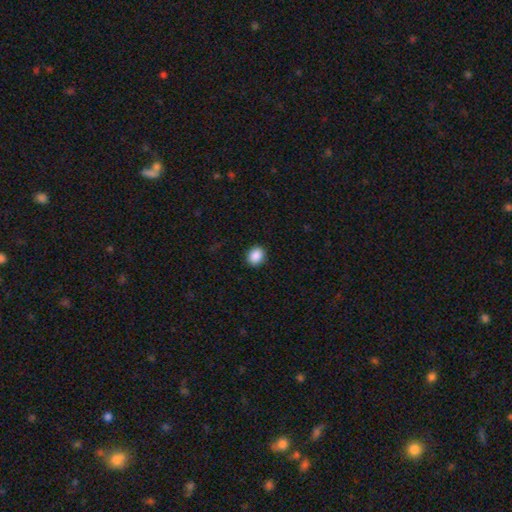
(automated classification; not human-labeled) Overall: smooth (89%). How rounded: round (60%; in between 39%). Merging: none (91%).